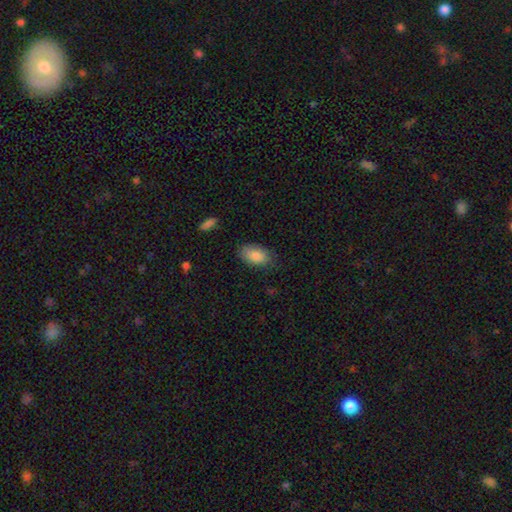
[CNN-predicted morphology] This is clearly a smooth galaxy (87%). How rounded: clearly in between (93%). Merging: likely none (77%).